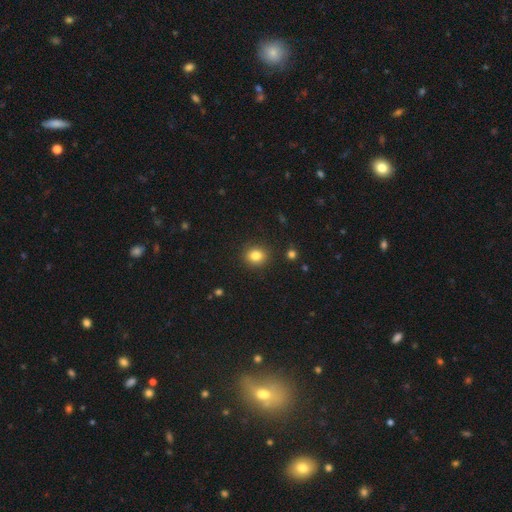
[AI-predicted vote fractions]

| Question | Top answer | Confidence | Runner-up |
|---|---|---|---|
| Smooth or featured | smooth | 83% | star or artifact (11%) |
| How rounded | round | 77% | in between (23%) |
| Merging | none | 90% | minor disturbance (7%) |